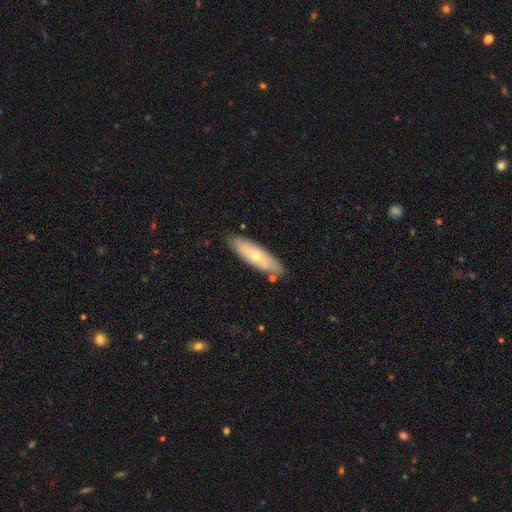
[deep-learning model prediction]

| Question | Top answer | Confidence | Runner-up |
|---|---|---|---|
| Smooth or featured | smooth | 56% | featured or disk (38%) |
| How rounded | cigar-shaped | 59% | in between (39%) |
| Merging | none | 82% | minor disturbance (13%) |